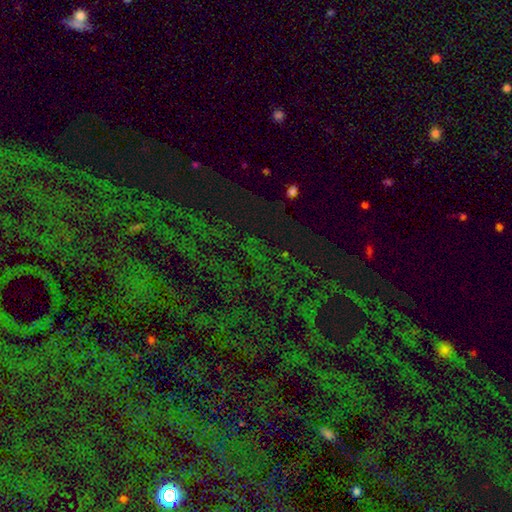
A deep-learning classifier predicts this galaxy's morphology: This is likely a star or artifact rather than a galaxy (77%).